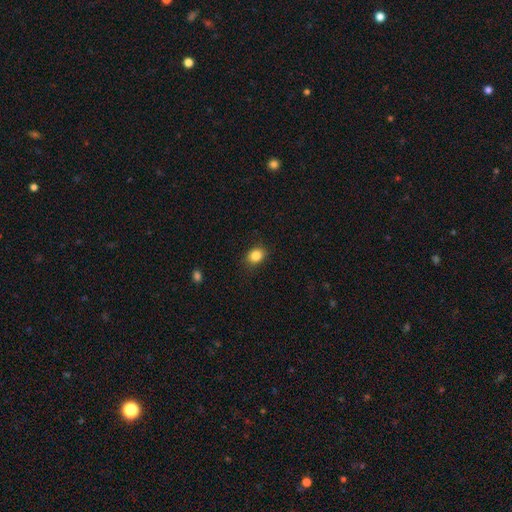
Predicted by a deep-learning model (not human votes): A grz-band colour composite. It shows a smooth galaxy with no disk features (86%) that is in between round and cigar-shaped (51%). Merging: none (85%).